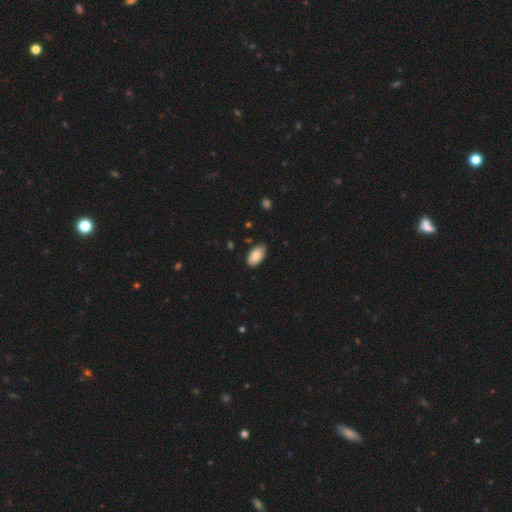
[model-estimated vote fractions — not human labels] smooth 86%, featured or disk 7%, star or artifact 7%. Down the decision tree: how rounded — in between (95%); merging — none (86%).